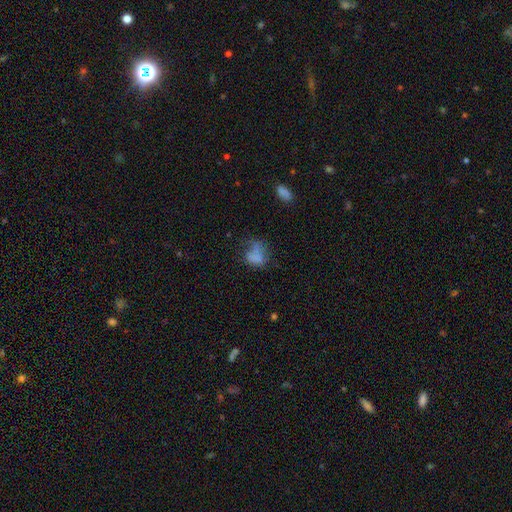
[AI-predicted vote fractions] A smooth galaxy with no disk features (64%) that is in between round and cigar-shaped (62%).

Vote fractions:
- Smooth or featured? smooth: 64% / featured or disk: 21% / star or artifact: 14%
- How rounded? in between: 62% / round: 36% / cigar-shaped: 2%
- Merging? major disturbance: 39% / none: 29% / minor disturbance: 24% / merger: 8%